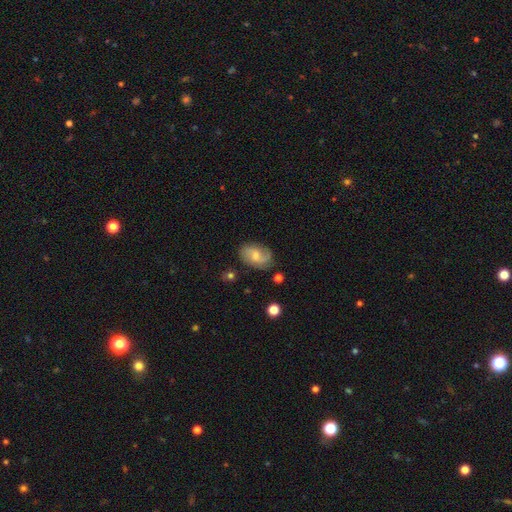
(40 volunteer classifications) A featured or disk galaxy (70%) with a weak bar (54%), 2 (88%) loose (46%) spiral arms (92%) and a moderate central bulge (54%).

Vote fractions:
- Smooth or featured? featured or disk: 70% / smooth: 28% / star or artifact: 2%
- Edge-on disk? no: 93% / yes: 7%
- Bar? weak: 54% / no: 38% / strong: 8%
- Spiral arms? yes: 92% / no: 8%
- Spiral winding? loose: 46% / medium: 33% / tight: 21%
- Spiral arm count? 2: 88% / 1: 8% / can't tell: 4% / 3: 0% / 4: 0% / more than 4: 0%
- Bulge size? moderate: 54% / small: 38% / none: 8% / dominant: 0% / large: 0%
- Merging? none: 77% / minor disturbance: 21% / major disturbance: 3% / merger: 0%